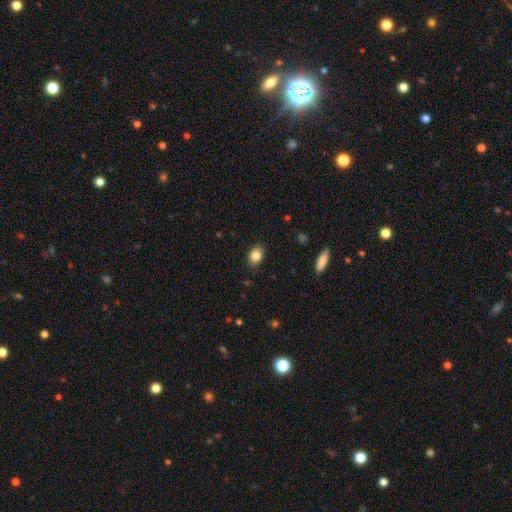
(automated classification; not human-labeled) Smooth or featured? smooth (84%)
How rounded? in between (69%)
Merging? none (86%)